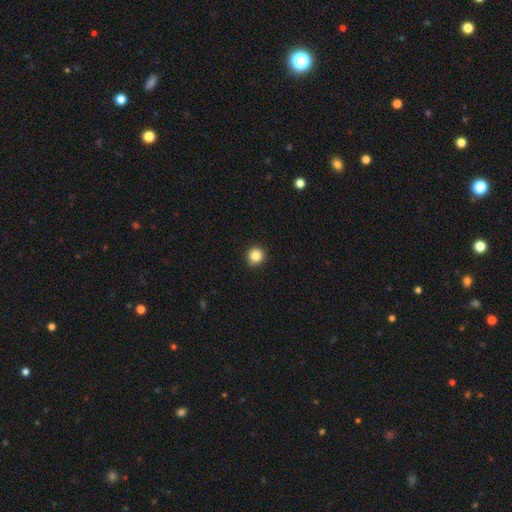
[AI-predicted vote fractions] Overall: smooth (85%). How rounded: round (94%). Merging: none (92%).